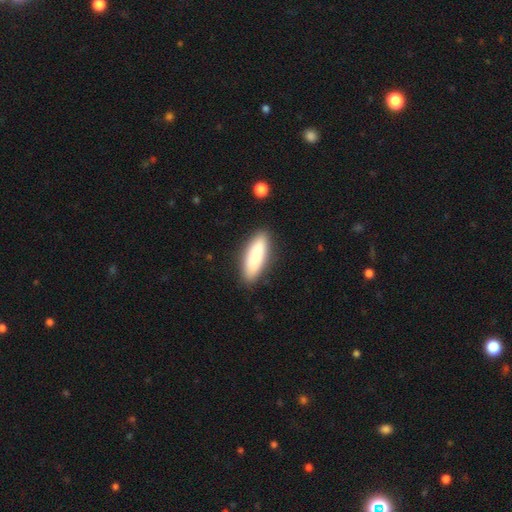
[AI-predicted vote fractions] Smooth or featured: smooth — 84% (featured or disk — 11%)
How rounded: in between — 50% (cigar-shaped — 48%)
Merging: none — 87% (minor disturbance — 9%)